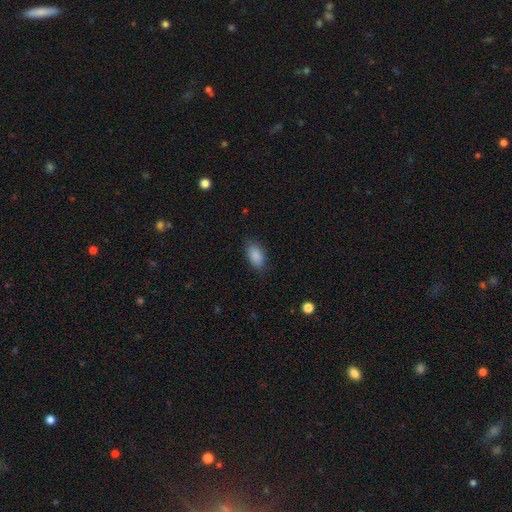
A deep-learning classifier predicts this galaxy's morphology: smooth 89%, star or artifact 7%, featured or disk 4%. Down the decision tree: how rounded — in between (92%); merging — none (83%).